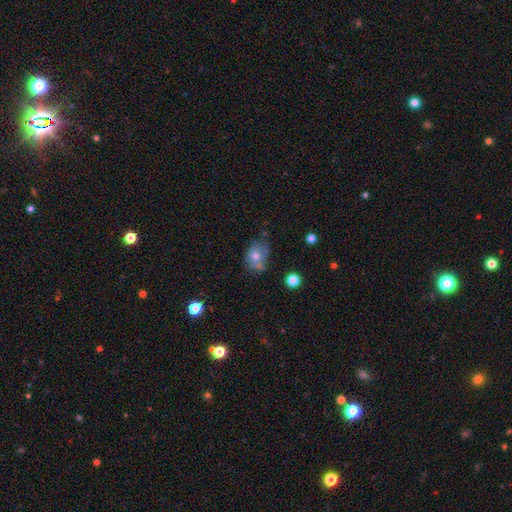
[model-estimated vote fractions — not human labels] smooth 64%, featured or disk 25%, star or artifact 11%. Down the decision tree: how rounded — in between (55%); merging — none (42%).